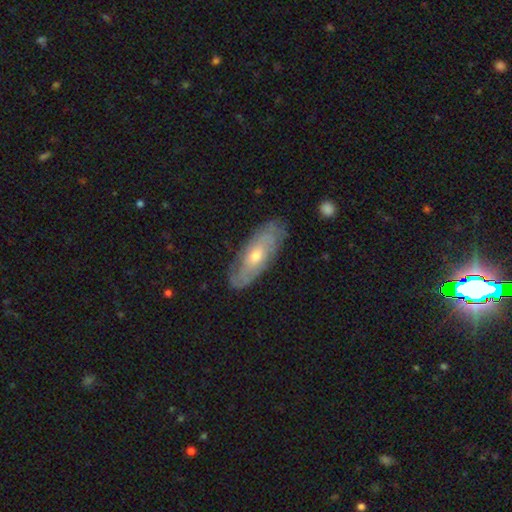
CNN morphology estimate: type=featured or disk (62%); edge-on=no (78%); merging=none (78%).